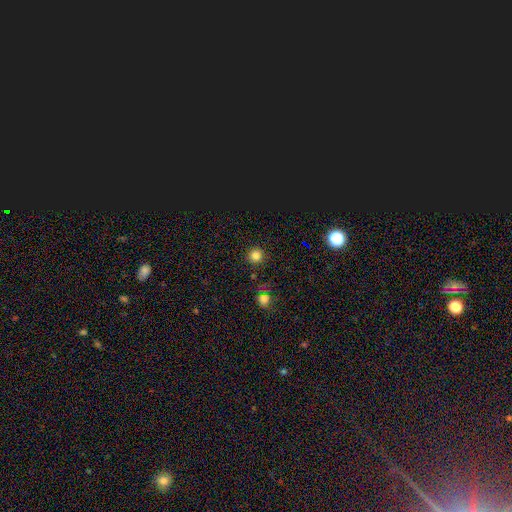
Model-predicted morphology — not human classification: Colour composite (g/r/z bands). It shows a smooth galaxy with no disk features (76%) that is round (95%). Merging: none (90%).